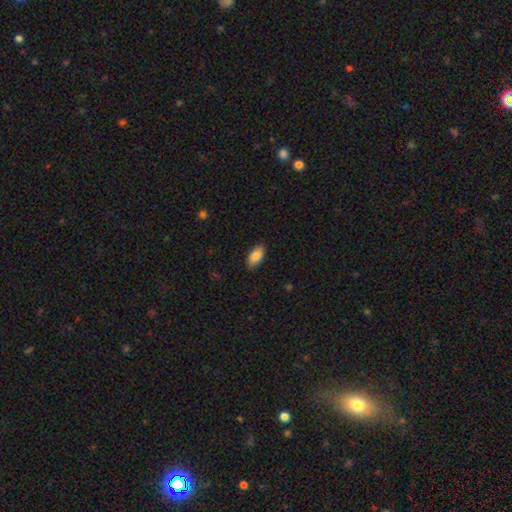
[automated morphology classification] A smooth galaxy with no disk features (86%) that is in between round and cigar-shaped (93%).

Vote fractions:
- Smooth or featured? smooth: 86% / featured or disk: 7% / star or artifact: 6%
- How rounded? in between: 93% / cigar-shaped: 5% / round: 3%
- Merging? none: 87% / minor disturbance: 9% / major disturbance: 2% / merger: 1%